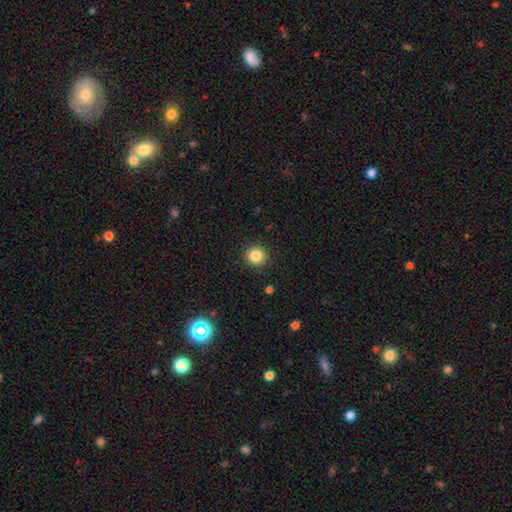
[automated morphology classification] A smooth galaxy with no disk features (85%) that is round (94%). Merging: none (92%).